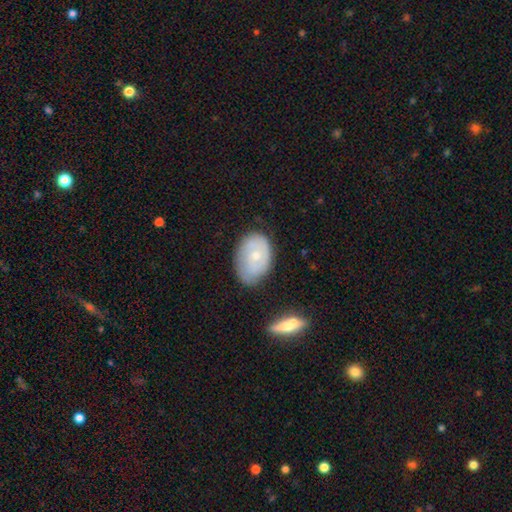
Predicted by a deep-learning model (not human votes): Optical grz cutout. It shows a smooth galaxy with no disk features (49%). Merging: none (62%).